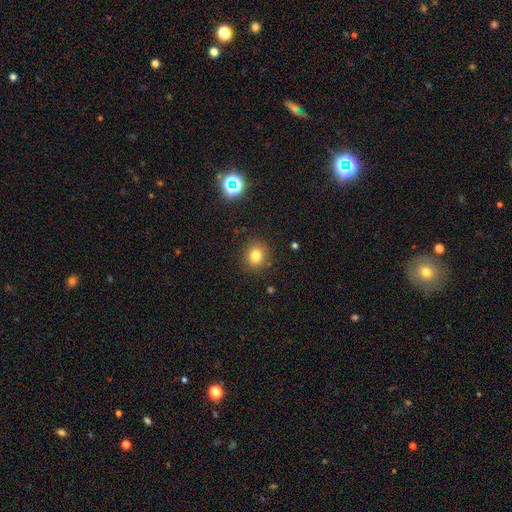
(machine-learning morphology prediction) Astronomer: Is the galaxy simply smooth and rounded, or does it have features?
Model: smooth — 80%.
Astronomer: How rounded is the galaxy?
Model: round — 75%.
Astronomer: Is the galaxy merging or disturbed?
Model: none — 87%.